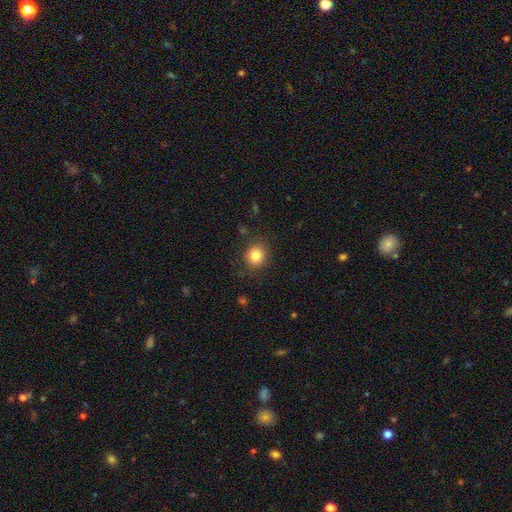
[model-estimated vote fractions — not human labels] This is clearly a smooth galaxy (82%). How rounded: likely round (80%). Merging: clearly none (87%).